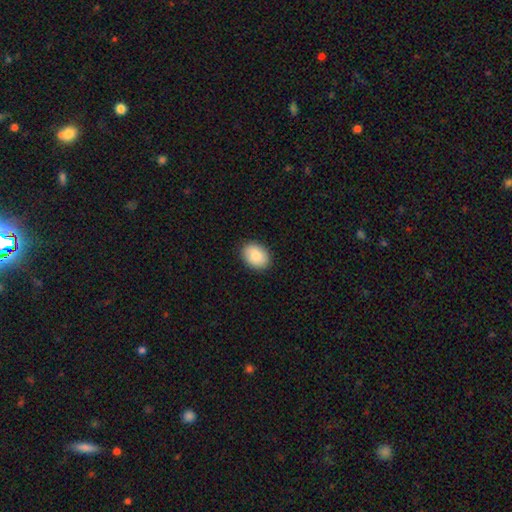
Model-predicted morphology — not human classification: Smooth or featured: smooth — 88% (star or artifact — 6%)
How rounded: in between — 73% (round — 26%)
Merging: none — 89% (minor disturbance — 8%)